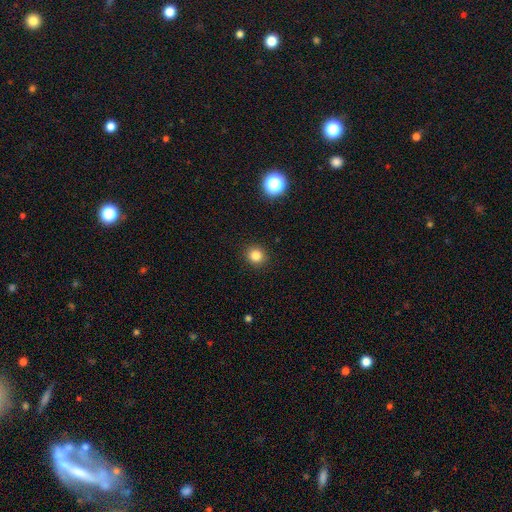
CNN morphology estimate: This is clearly a smooth galaxy (83%). How rounded: clearly round (90%). Merging: clearly none (91%).